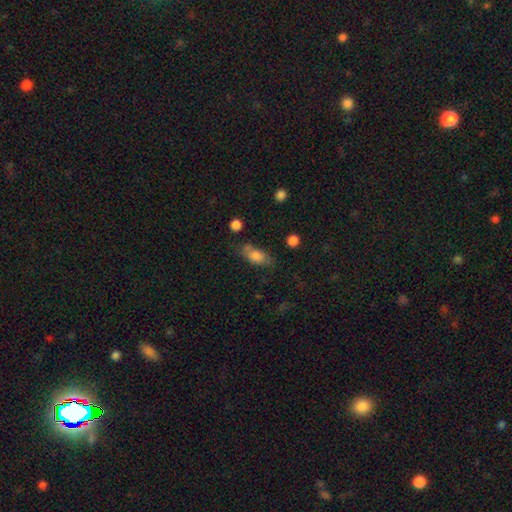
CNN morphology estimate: Overall: smooth (76%). How rounded: in between (80%). Merging: none (56%; minor disturbance 25%).